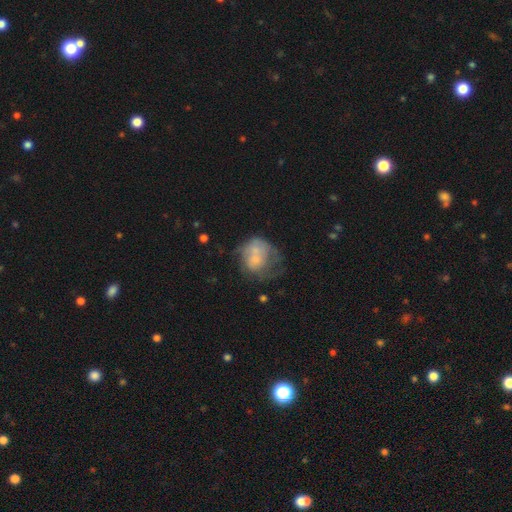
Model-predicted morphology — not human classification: Smooth or featured?
  - smooth: 48% *
  - featured or disk: 43%
  - star or artifact: 9%
Merging?
  - major disturbance: 36% *
  - none: 29%
  - minor disturbance: 24%
  - merger: 12%